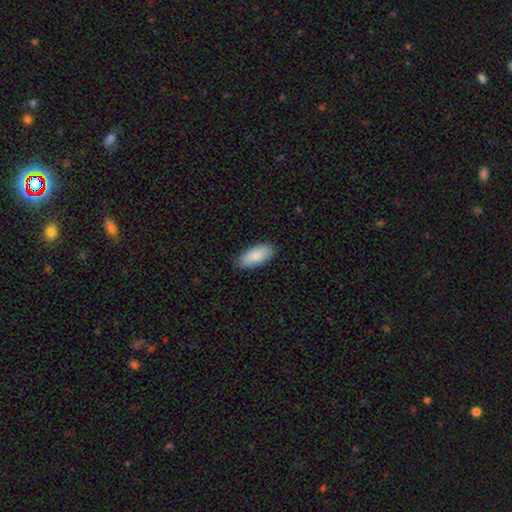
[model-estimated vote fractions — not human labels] Smooth or featured? Predicted: smooth (p=0.89). How rounded? Predicted: in between (p=0.90). Merging? Predicted: none (p=0.84).